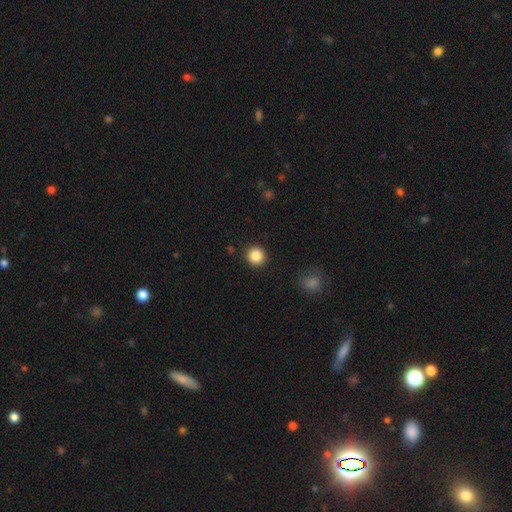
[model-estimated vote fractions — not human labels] The model was most divided on "smooth or featured": smooth: 86%, star or artifact: 10%, featured or disk: 4%. More confident: how rounded — round (94%); merging — none (91%).